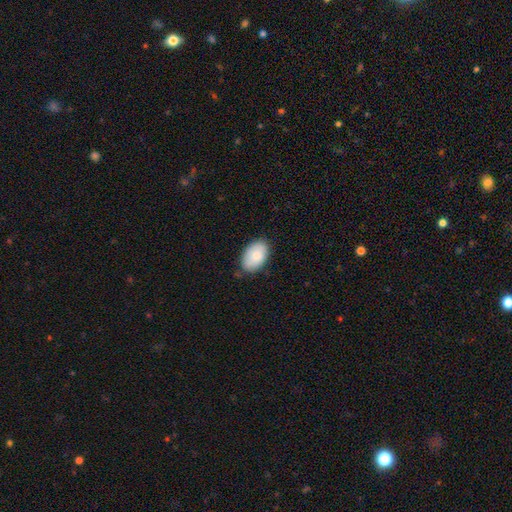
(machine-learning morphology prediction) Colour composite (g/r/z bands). It shows a smooth galaxy with no disk features (84%) that is in between round and cigar-shaped (92%). Merging: none (78%).